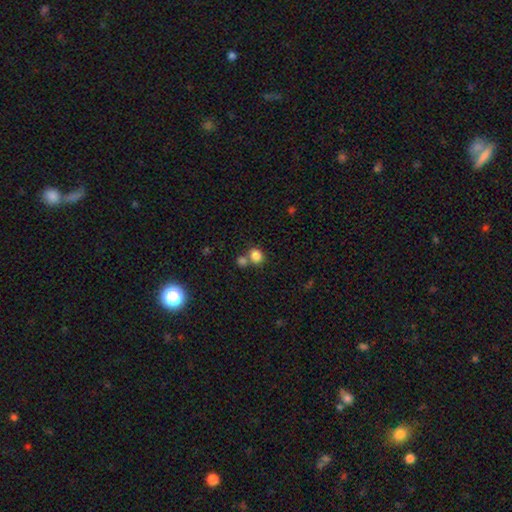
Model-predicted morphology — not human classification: The model was most divided on "merging": none: 54%, merger: 33%, minor disturbance: 9%, major disturbance: 4%. More confident: smooth or featured — smooth (84%); how rounded — round (61%).